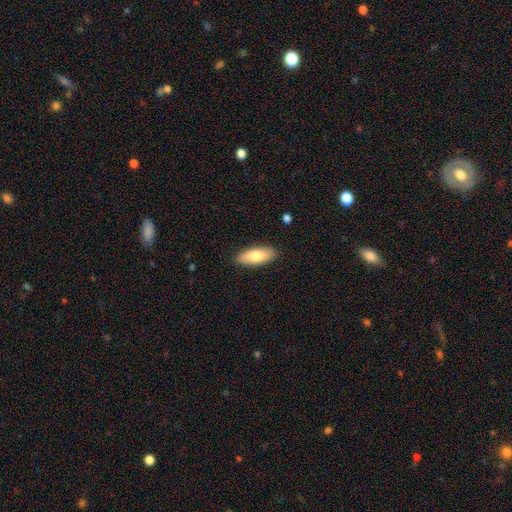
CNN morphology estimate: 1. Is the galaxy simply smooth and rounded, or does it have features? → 79% smooth, 15% featured or disk, 6% star or artifact.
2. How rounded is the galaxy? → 75% in between, 23% cigar-shaped, 2% round.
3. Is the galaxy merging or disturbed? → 88% none, 9% minor disturbance, 2% major disturbance, 1% merger.